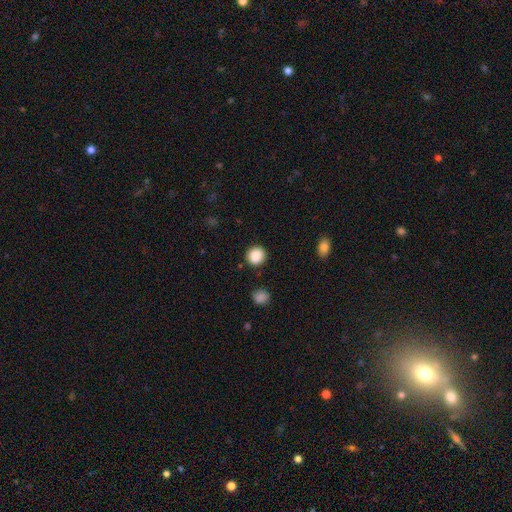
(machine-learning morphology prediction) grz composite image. It shows a smooth galaxy with no disk features (87%) that is round (92%). Merging: none (89%).